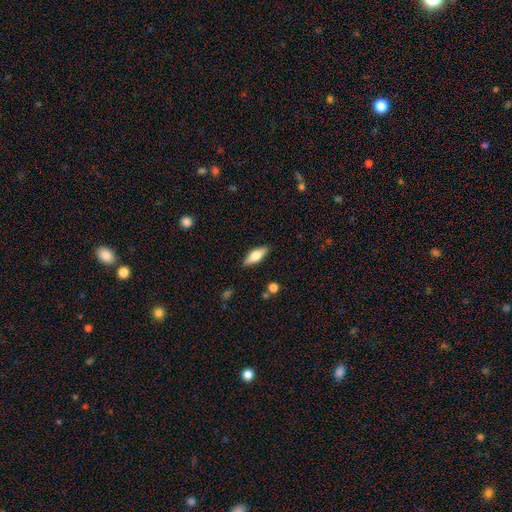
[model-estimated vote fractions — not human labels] This is possibly a smooth galaxy (57%). How rounded: likely in between (63%). Merging: clearly none (87%).